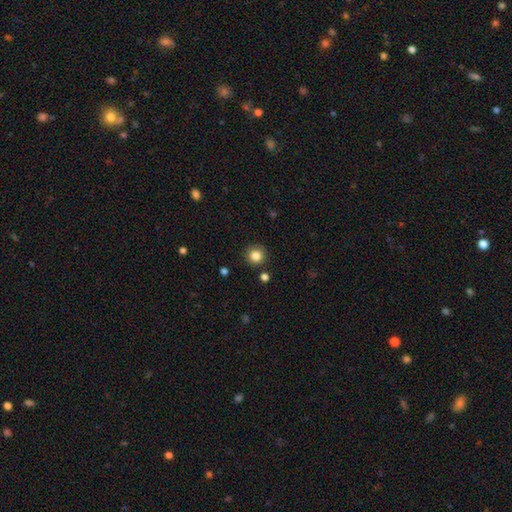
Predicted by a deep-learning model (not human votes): Morphology: type=smooth (84%); roundness=round (94%); merging=none (89%).